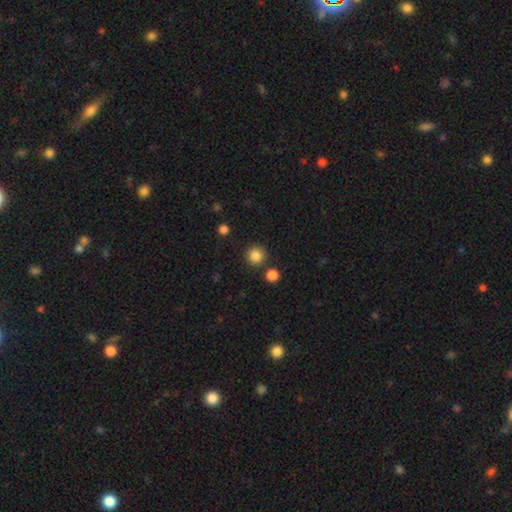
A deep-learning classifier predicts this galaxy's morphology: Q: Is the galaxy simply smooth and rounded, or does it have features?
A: smooth — 85%.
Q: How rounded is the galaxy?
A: round — 95%.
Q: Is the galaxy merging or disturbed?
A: none — 87%.